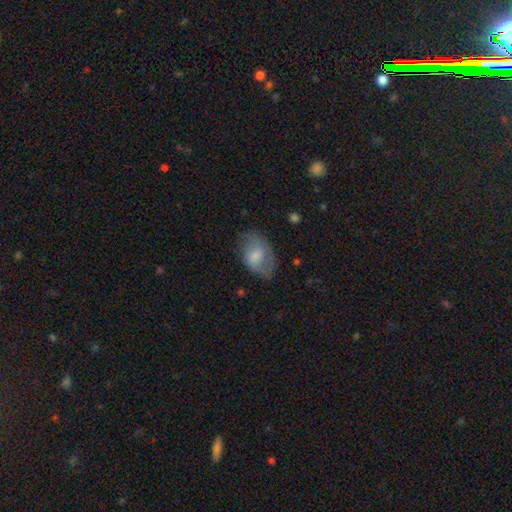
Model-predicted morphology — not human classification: Overall: smooth (63%; featured or disk 30%). How rounded: in between (86%). Merging: none (55%; minor disturbance 28%).